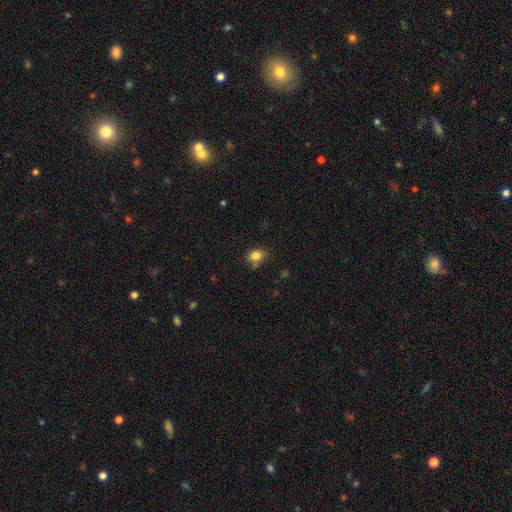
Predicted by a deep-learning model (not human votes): A smooth galaxy with no disk features (83%) that is round (57%). Merging: none (67%).